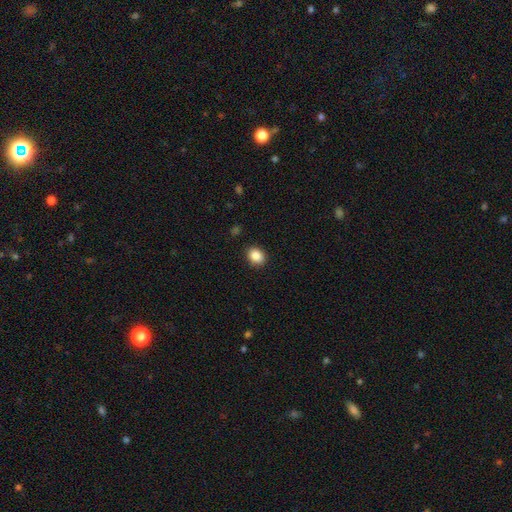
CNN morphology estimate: smooth-or-featured: smooth: 87% | star or artifact: 9% | featured or disk: 4%
  how-rounded: in between: 59% | round: 40% | cigar-shaped: 1%
  merging: none: 89% | minor disturbance: 8% | major disturbance: 2% | merger: 1%